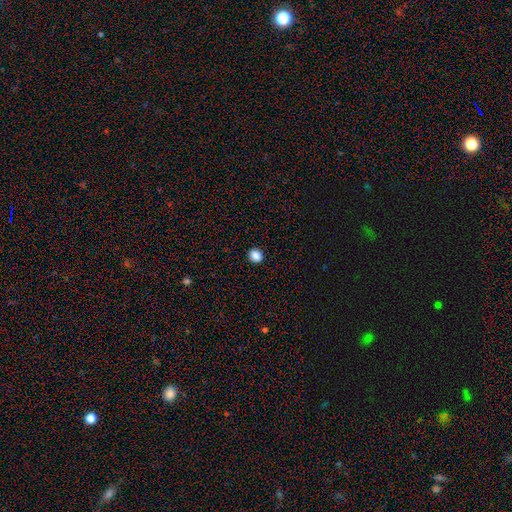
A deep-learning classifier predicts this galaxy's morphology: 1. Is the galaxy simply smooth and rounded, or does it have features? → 87% smooth, 10% star or artifact, 3% featured or disk.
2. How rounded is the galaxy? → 70% round, 29% in between, 1% cigar-shaped.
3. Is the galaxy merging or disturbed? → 91% none, 6% minor disturbance, 2% major disturbance, 1% merger.